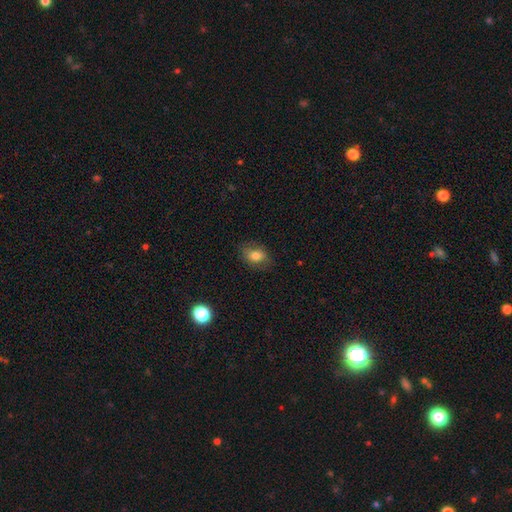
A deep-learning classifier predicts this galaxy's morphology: The model was most divided on "how rounded": in between: 74%, round: 24%, cigar-shaped: 2%. More confident: merging — none (78%); smooth or featured — smooth (73%).